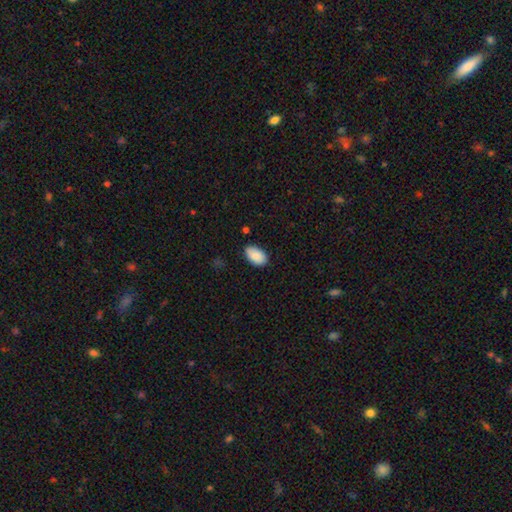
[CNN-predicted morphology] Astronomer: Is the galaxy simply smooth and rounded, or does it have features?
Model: smooth — 88%.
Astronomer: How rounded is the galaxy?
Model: in between — 93%.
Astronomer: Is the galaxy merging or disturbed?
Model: none — 81%.